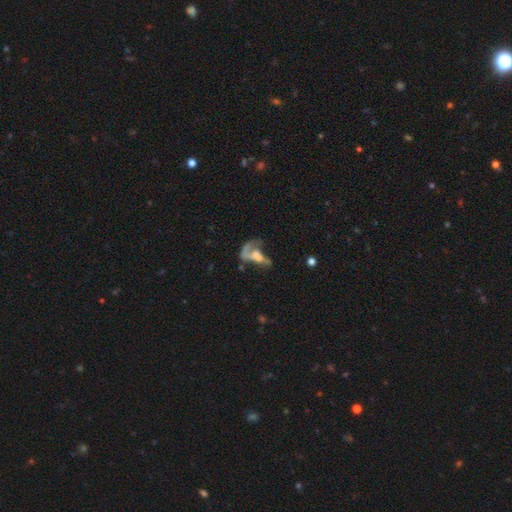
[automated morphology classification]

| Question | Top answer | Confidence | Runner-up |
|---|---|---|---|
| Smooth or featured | featured or disk | 56% | smooth (31%) |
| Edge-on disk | no | 95% | yes (5%) |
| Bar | no | 75% | weak (18%) |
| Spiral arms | no | 57% | yes (43%) |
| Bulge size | none | 37% | moderate (27%) |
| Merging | major disturbance | 37% | merger (35%) |